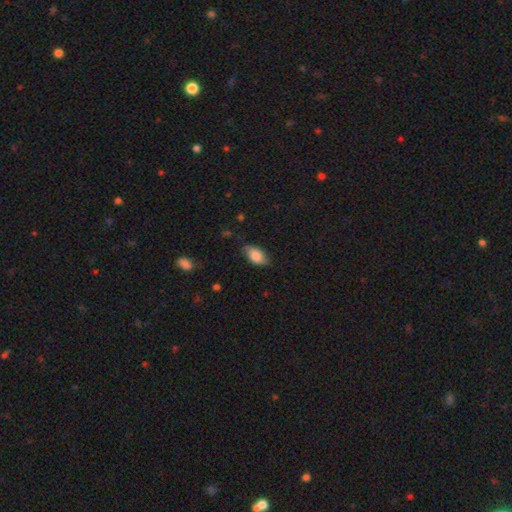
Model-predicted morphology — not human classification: Smooth or featured: smooth — 82% (featured or disk — 11%)
How rounded: in between — 92% (round — 5%)
Merging: none — 75% (minor disturbance — 20%)